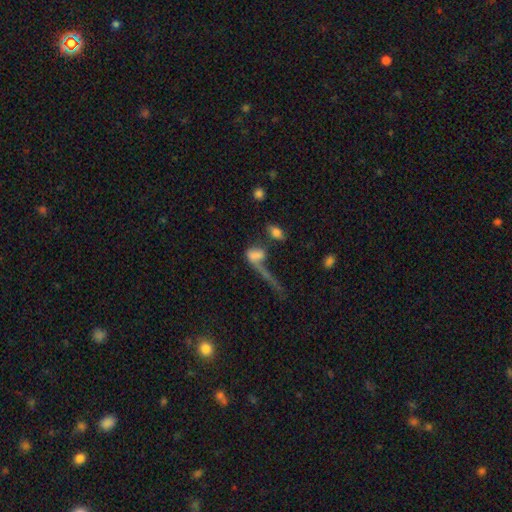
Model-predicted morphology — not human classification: This is possibly a smooth galaxy (58%). How rounded: likely in between (70%). Merging: marginally major disturbance (43%).